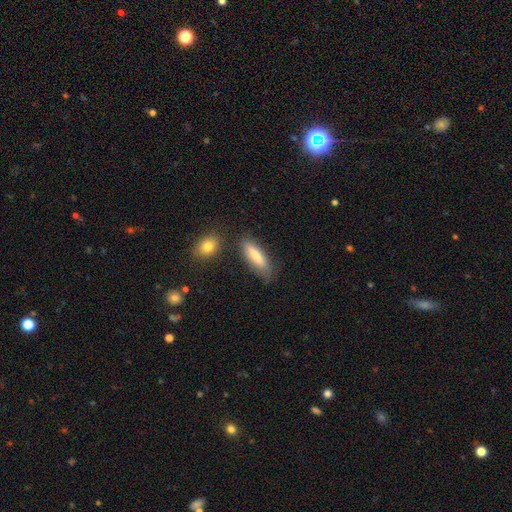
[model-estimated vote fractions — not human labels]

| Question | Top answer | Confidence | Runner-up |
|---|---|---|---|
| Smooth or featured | smooth | 75% | featured or disk (18%) |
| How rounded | cigar-shaped | 58% | in between (40%) |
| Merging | none | 77% | minor disturbance (14%) |